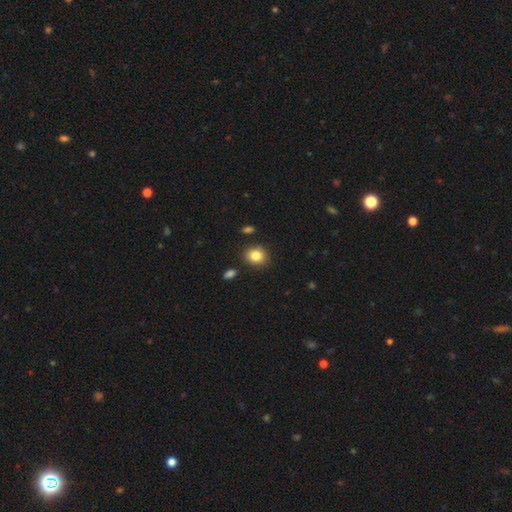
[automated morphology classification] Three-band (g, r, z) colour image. It shows a smooth galaxy with no disk features (84%) that is round (65%). Merging: none (85%).